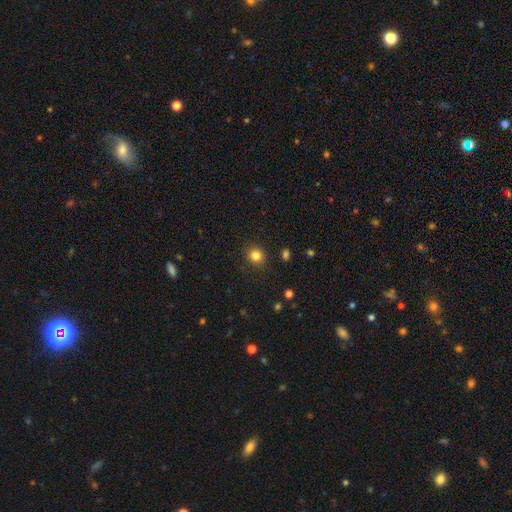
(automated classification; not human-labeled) This appears to be a smooth galaxy with no disk features (84%) that is round (81%). Merging: none (89%).